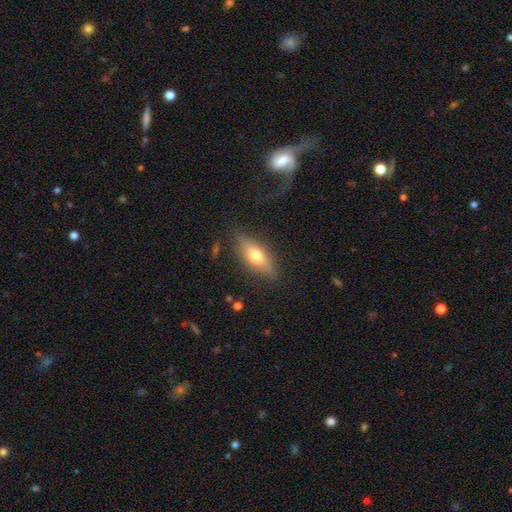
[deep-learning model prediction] A featured or disk galaxy (52%) viewed edge-on (85%). Merging: none (80%).